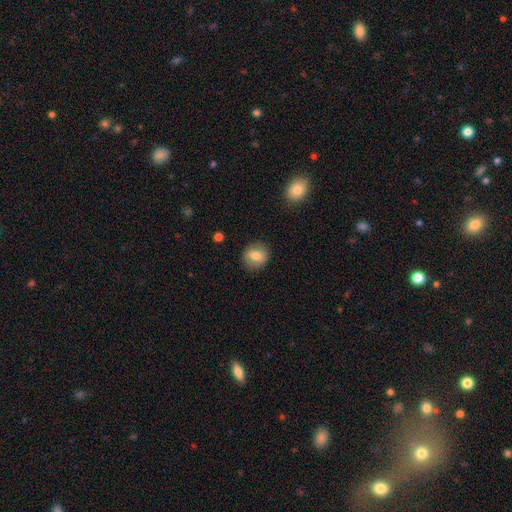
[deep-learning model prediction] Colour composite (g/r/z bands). It shows a smooth galaxy with no disk features (76%) that is round (76%). Merging: none (87%).